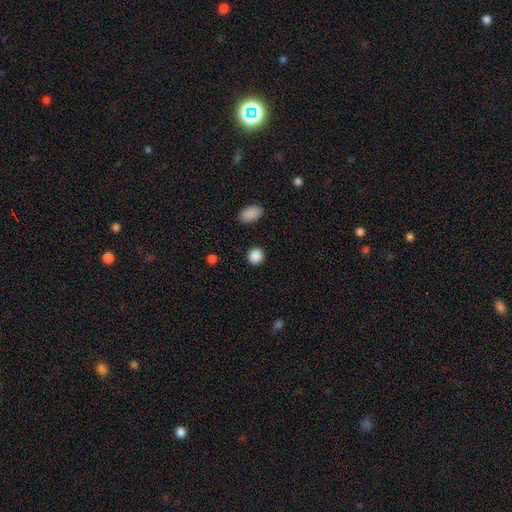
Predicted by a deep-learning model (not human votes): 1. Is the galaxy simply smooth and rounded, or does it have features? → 85% smooth, 11% star or artifact, 5% featured or disk.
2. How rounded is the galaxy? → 83% round, 16% in between, 1% cigar-shaped.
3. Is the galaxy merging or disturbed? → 83% none, 11% minor disturbance, 4% merger, 3% major disturbance.